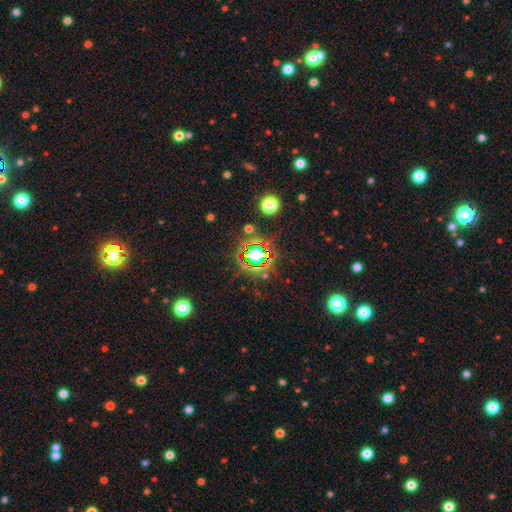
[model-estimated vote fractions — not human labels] Morphology: type=star or artifact (75%).